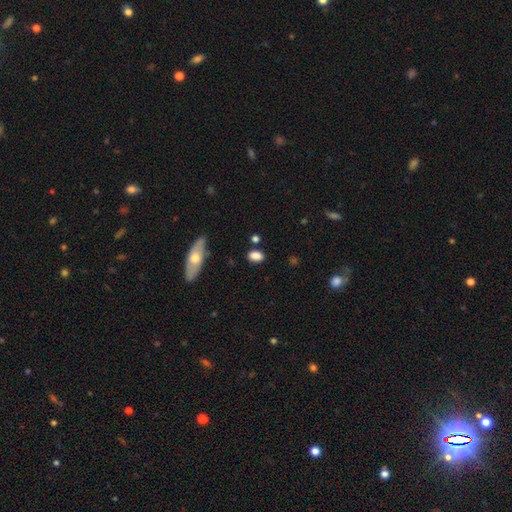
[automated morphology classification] Smooth or featured: smooth — 85% (star or artifact — 8%)
How rounded: in between — 82% (round — 14%)
Merging: none — 80% (minor disturbance — 13%)